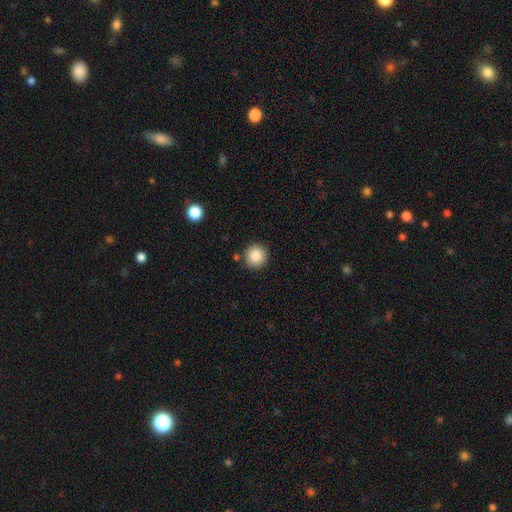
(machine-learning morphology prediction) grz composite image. It shows a smooth galaxy with no disk features (86%) that is round (95%). Merging: none (87%).